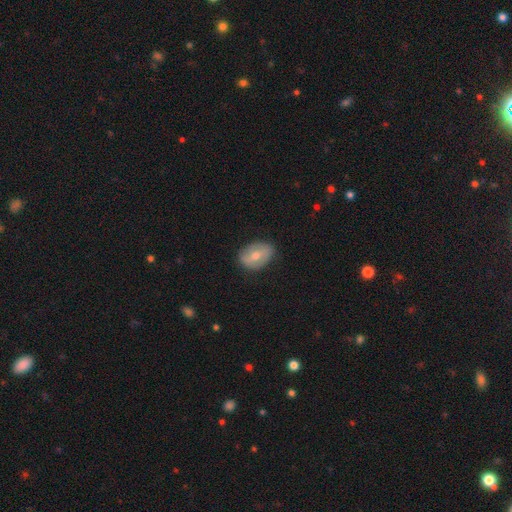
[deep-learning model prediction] A smooth galaxy with no disk features (54%) that is in between round and cigar-shaped (74%).

Vote fractions:
- Smooth or featured? smooth: 54% / featured or disk: 39% / star or artifact: 7%
- How rounded? in between: 74% / round: 25% / cigar-shaped: 1%
- Merging? none: 80% / minor disturbance: 15% / major disturbance: 3% / merger: 1%